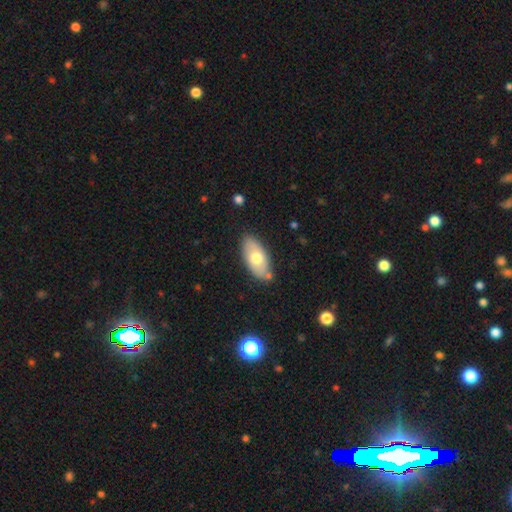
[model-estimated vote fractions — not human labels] Overall: smooth (48%; featured or disk 38%). Merging: none (83%).